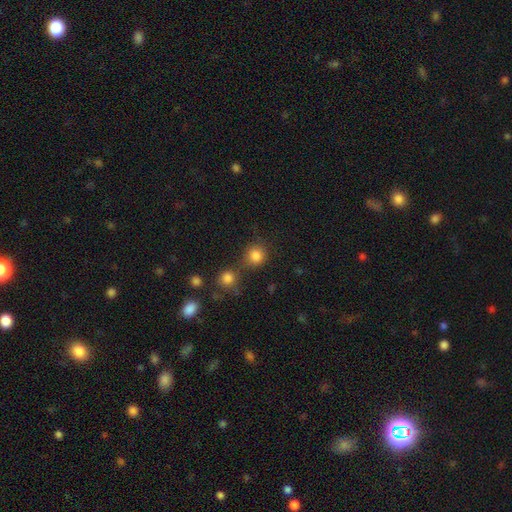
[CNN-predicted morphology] Smooth or featured: smooth — 83% (star or artifact — 12%)
How rounded: round — 88% (in between — 11%)
Merging: none — 65% (merger — 20%)